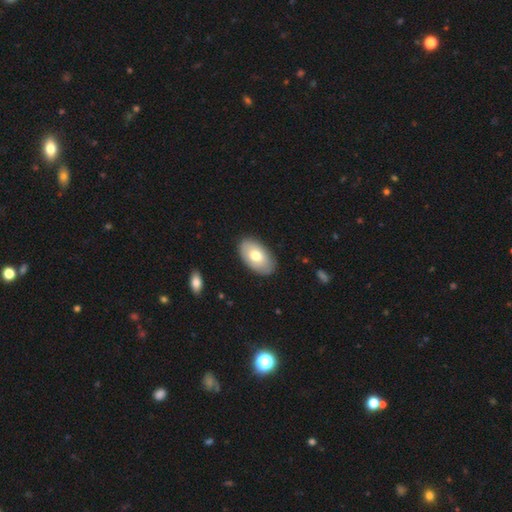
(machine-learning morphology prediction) Smooth or featured? Predicted: smooth (p=0.69). How rounded? Predicted: in between (p=0.94). Merging? Predicted: none (p=0.86).